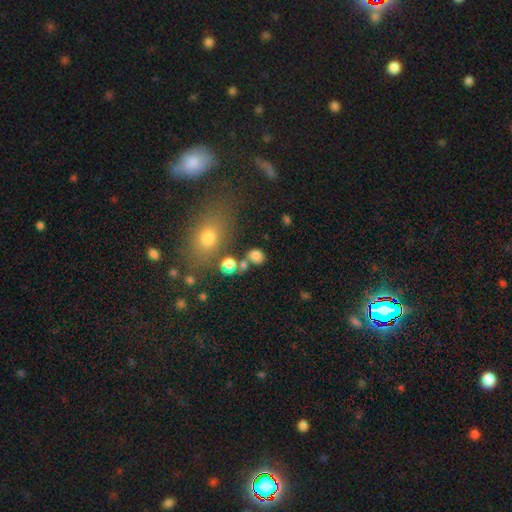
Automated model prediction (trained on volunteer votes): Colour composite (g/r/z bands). It shows a smooth galaxy with no disk features (79%) that is round (69%). Merging: none (65%).